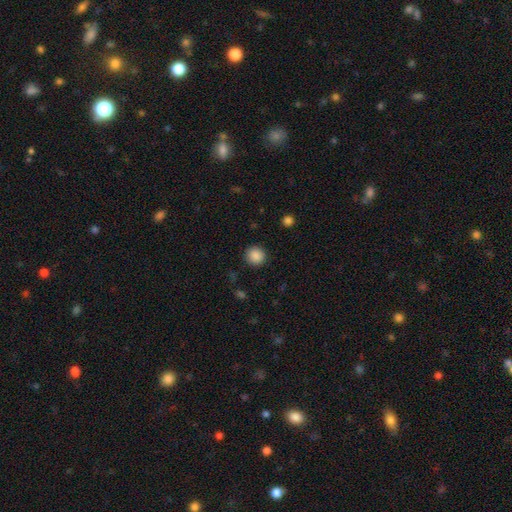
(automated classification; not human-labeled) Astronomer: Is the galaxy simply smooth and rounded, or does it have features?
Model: smooth — 88%.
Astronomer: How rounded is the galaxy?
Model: round — 92%.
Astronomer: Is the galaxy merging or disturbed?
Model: none — 91%.